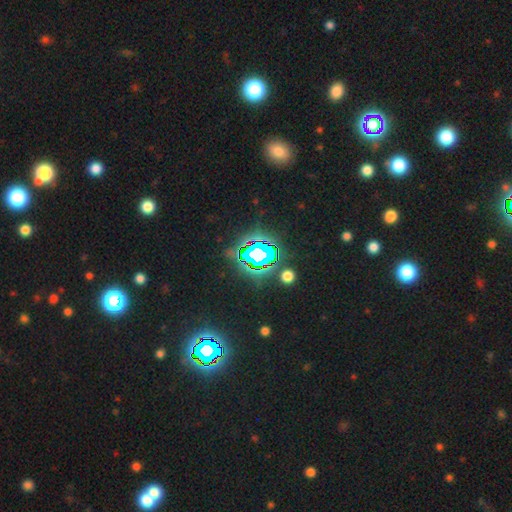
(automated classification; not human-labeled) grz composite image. It shows a star or artifact, not a galaxy (75%).